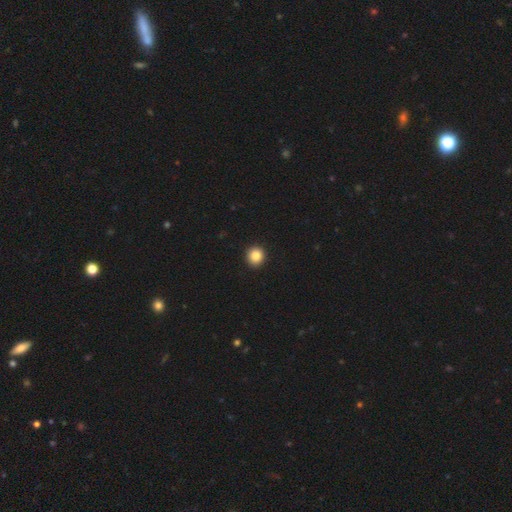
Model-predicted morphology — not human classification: Smooth or featured?
  - smooth: 86% *
  - star or artifact: 10%
  - featured or disk: 4%
How rounded?
  - round: 92% *
  - in between: 7%
  - cigar-shaped: 1%
Merging?
  - none: 93% *
  - minor disturbance: 4%
  - major disturbance: 1%
  - merger: 1%